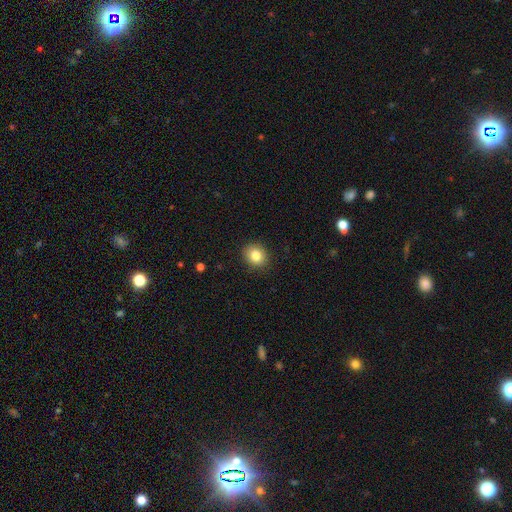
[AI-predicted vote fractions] Q: Smooth or featured?
A: smooth (83%); runner-up: star or artifact (10%)
Q: How rounded?
A: round (77%); runner-up: in between (22%)
Q: Merging?
A: none (90%); runner-up: minor disturbance (7%)